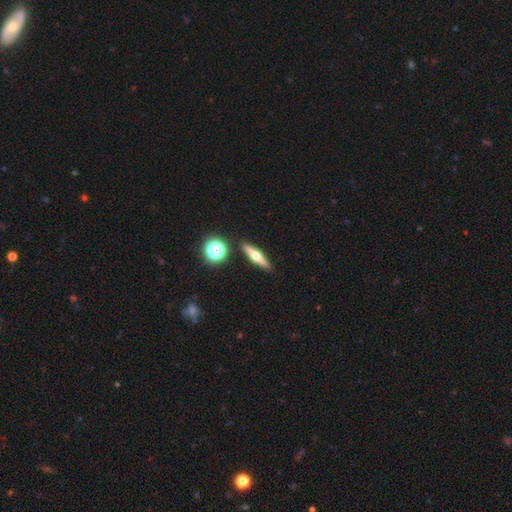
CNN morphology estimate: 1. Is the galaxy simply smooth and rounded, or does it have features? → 63% featured or disk, 29% smooth, 9% star or artifact.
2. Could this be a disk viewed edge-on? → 96% yes, 4% no.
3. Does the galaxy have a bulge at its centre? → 96% rounded, 2% none, 2% boxy.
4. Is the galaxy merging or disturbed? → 90% none, 6% minor disturbance, 3% merger, 2% major disturbance.